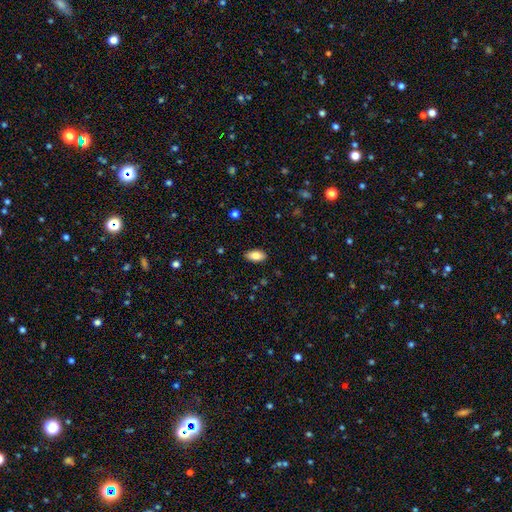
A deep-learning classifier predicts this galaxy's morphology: smooth 84%, featured or disk 8%, star or artifact 7%. Down the decision tree: how rounded — in between (92%); merging — none (87%).